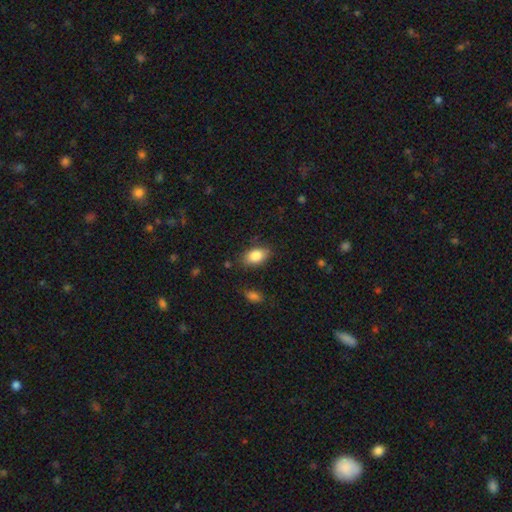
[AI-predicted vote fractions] This appears to be a smooth galaxy with no disk features (85%) that is in between round and cigar-shaped (89%). Merging: none (80%).